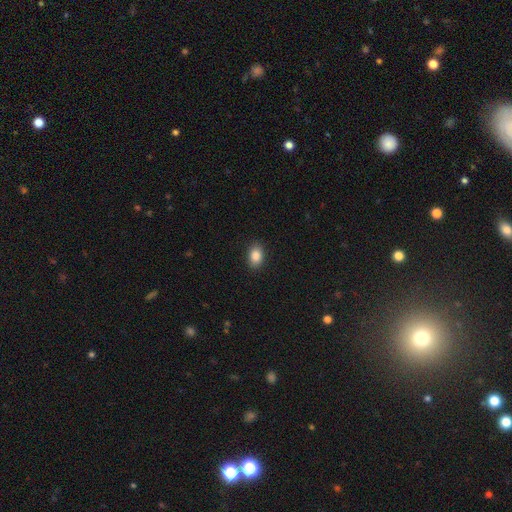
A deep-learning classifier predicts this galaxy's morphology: Smooth or featured: smooth — 87% (star or artifact — 8%)
How rounded: in between — 81% (round — 17%)
Merging: none — 89% (minor disturbance — 8%)